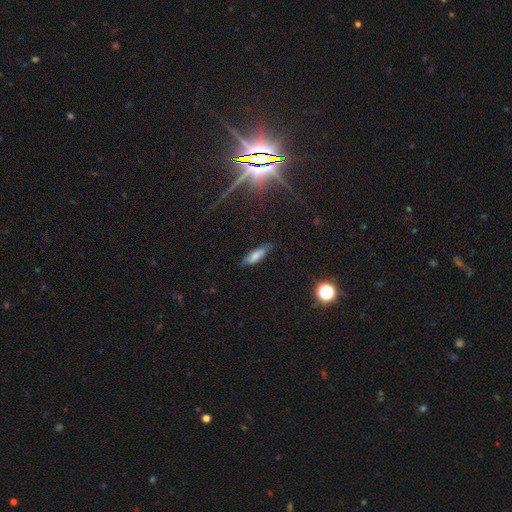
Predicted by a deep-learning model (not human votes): Smooth or featured?
  - smooth: 73% *
  - featured or disk: 18%
  - star or artifact: 10%
How rounded?
  - cigar-shaped: 50% *
  - in between: 48%
  - round: 2%
Merging?
  - none: 74% *
  - minor disturbance: 20%
  - major disturbance: 4%
  - merger: 2%